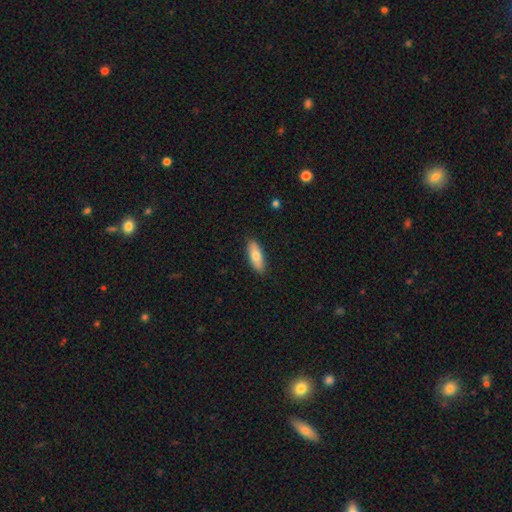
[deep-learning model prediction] Smooth or featured? smooth (75%)
How rounded? in between (69%)
Merging? none (89%)